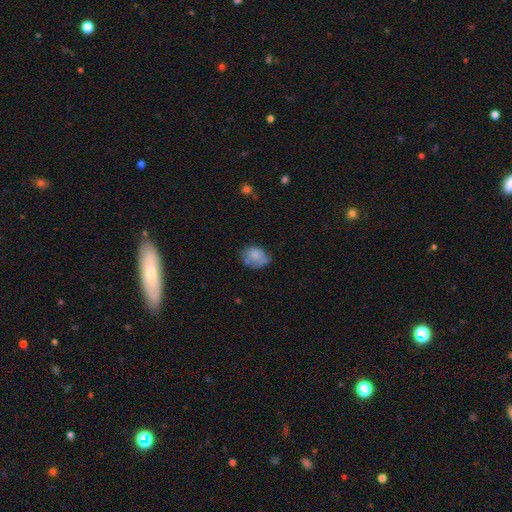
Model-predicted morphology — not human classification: type=smooth (72%); roundness=in between (55%); merging=none (46%).